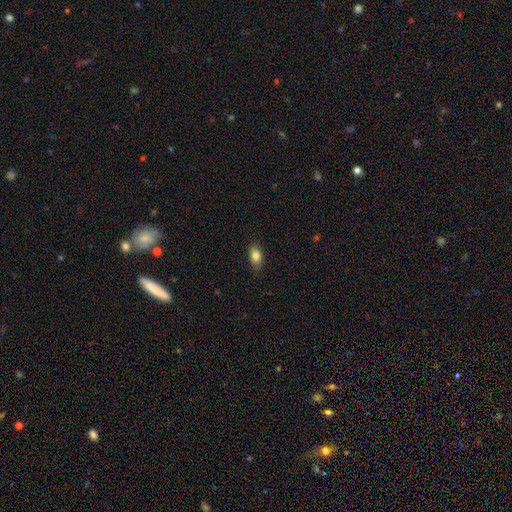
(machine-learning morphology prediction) Smooth or featured? smooth (82%)
How rounded? in between (86%)
Merging? none (85%)